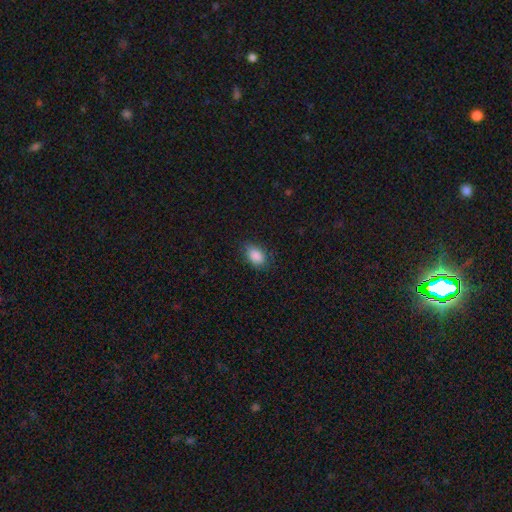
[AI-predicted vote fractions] smooth 88%, star or artifact 8%, featured or disk 4%. Down the decision tree: how rounded — in between (87%); merging — none (79%).